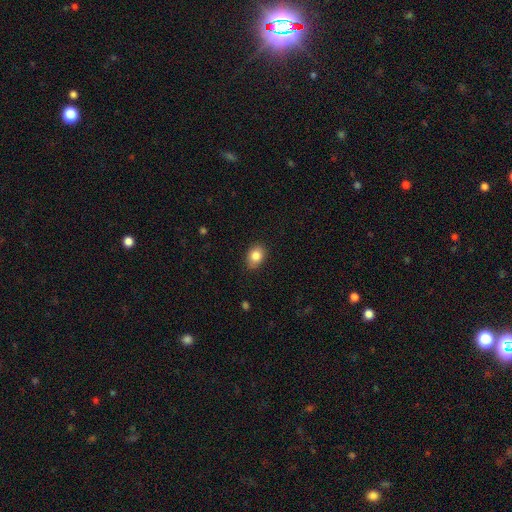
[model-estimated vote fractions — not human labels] Smooth or featured? smooth (85%)
How rounded? in between (70%)
Merging? none (86%)